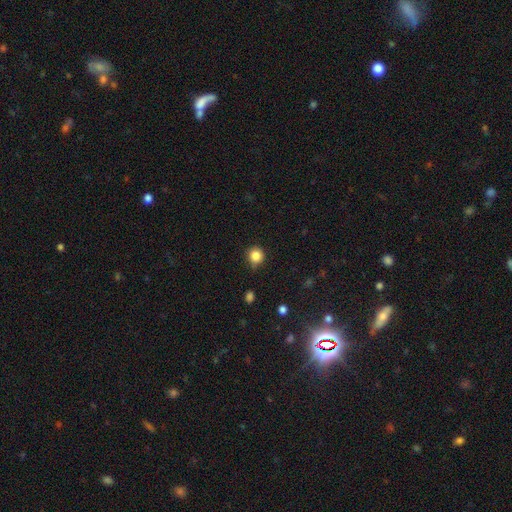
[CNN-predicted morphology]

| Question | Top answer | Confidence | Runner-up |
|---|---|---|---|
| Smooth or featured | smooth | 85% | star or artifact (11%) |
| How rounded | round | 91% | in between (8%) |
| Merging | none | 78% | minor disturbance (17%) |